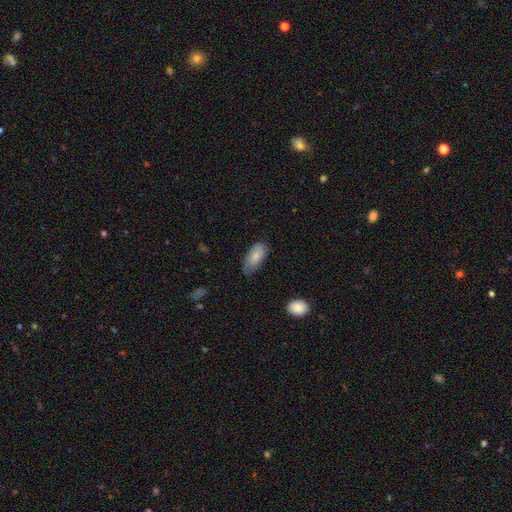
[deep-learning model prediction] Overall: smooth (82%). How rounded: in between (90%). Merging: none (62%; minor disturbance 30%).